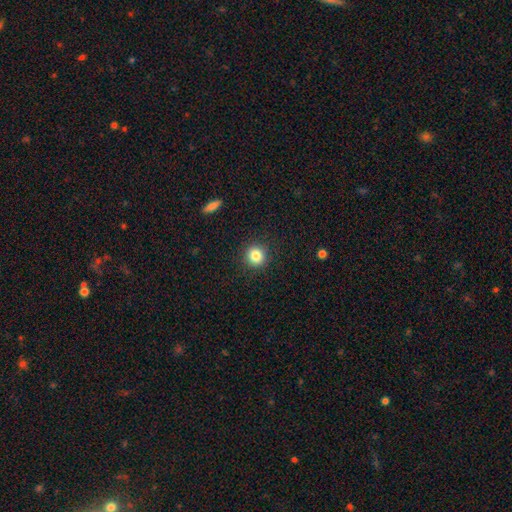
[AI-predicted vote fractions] Morphology: type=smooth (84%); roundness=round (90%); merging=none (90%).